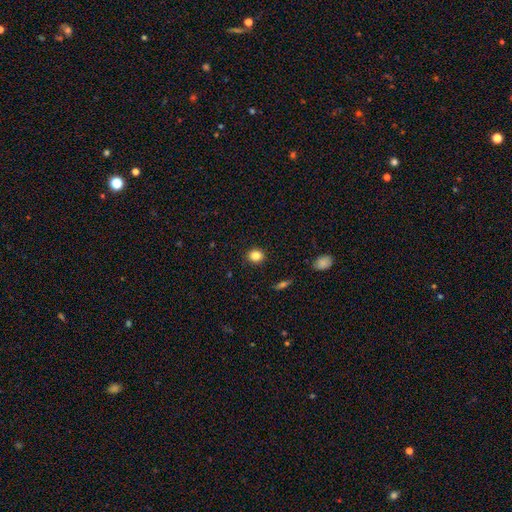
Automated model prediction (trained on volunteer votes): Smooth or featured? Predicted: smooth (p=0.84). How rounded? Predicted: round (p=0.78). Merging? Predicted: none (p=0.91).